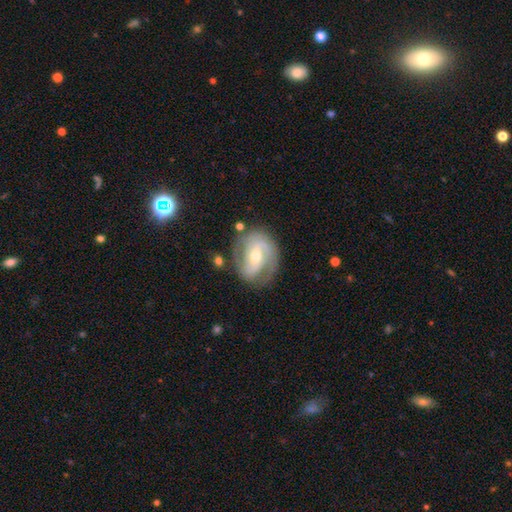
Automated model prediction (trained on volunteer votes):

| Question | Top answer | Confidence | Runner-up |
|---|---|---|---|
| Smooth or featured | featured or disk | 82% | smooth (12%) |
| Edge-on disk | no | 97% | yes (3%) |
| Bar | weak | 40% | no (31%) |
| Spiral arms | yes | 93% | no (7%) |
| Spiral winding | medium | 47% | tight (34%) |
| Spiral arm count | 2 | 78% | can't tell (9%) |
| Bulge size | moderate | 49% | small (47%) |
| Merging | none | 74% | minor disturbance (17%) |